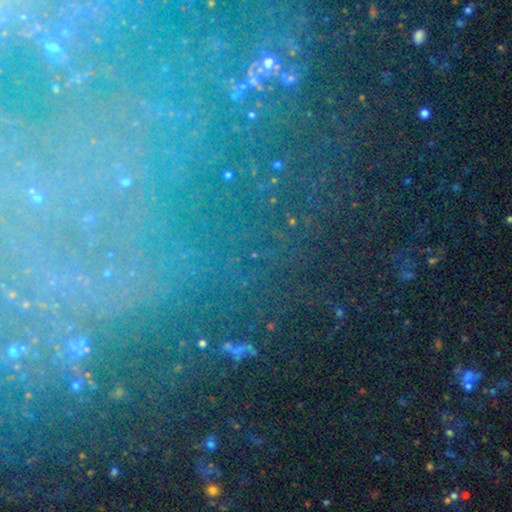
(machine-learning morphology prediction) This is possibly a star or artifact rather than a galaxy (58%).